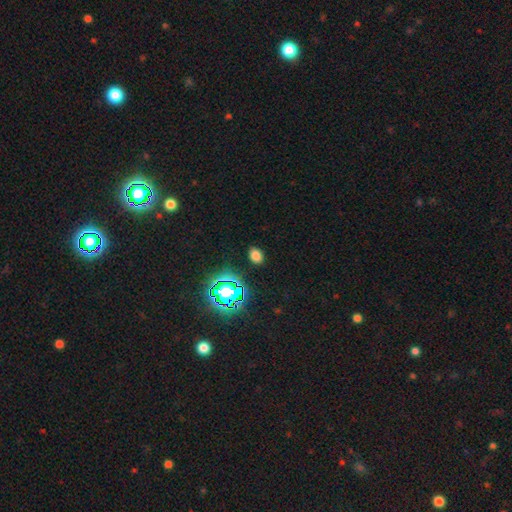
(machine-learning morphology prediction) This is likely a smooth galaxy (70%). How rounded: likely in between (75%). Merging: clearly none (87%).